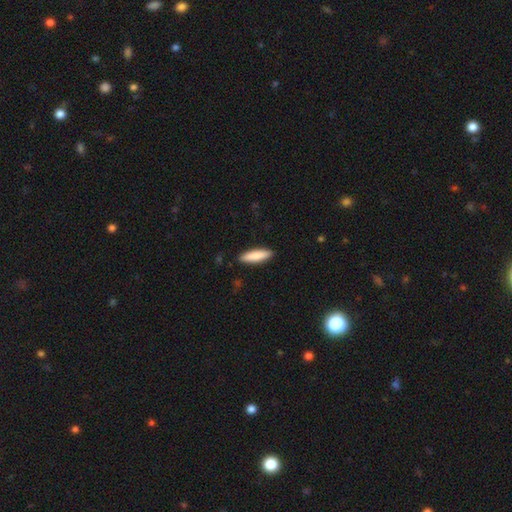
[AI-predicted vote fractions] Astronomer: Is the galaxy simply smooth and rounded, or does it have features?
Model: smooth — 85%.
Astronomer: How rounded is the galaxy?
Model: cigar-shaped — 70%.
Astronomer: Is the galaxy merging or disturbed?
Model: none — 90%.